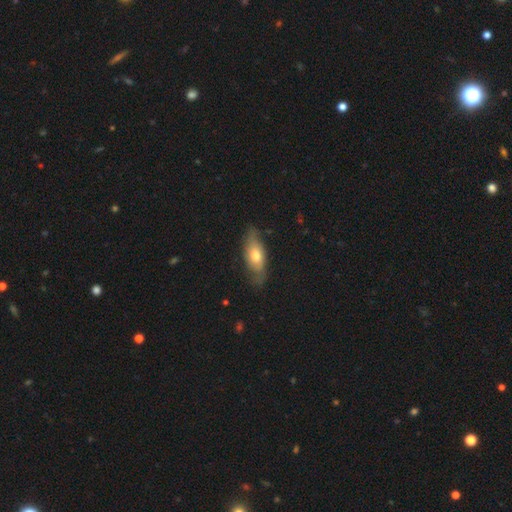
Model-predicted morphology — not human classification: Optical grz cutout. It shows a smooth galaxy with no disk features (59%) that is in between round and cigar-shaped (75%). Merging: none (70%).